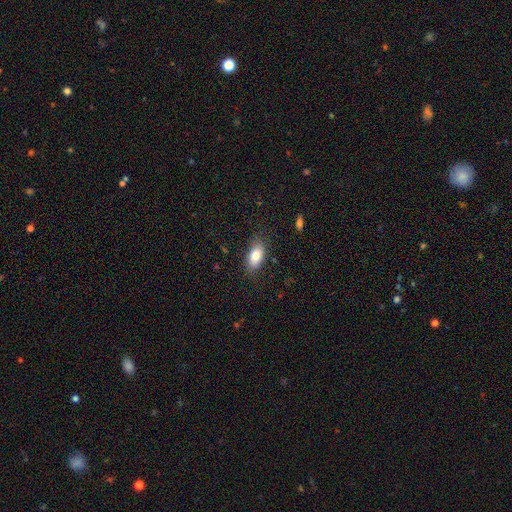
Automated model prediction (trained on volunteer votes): This appears to be a smooth galaxy with no disk features (81%) that is in between round and cigar-shaped (90%). Merging: none (82%).